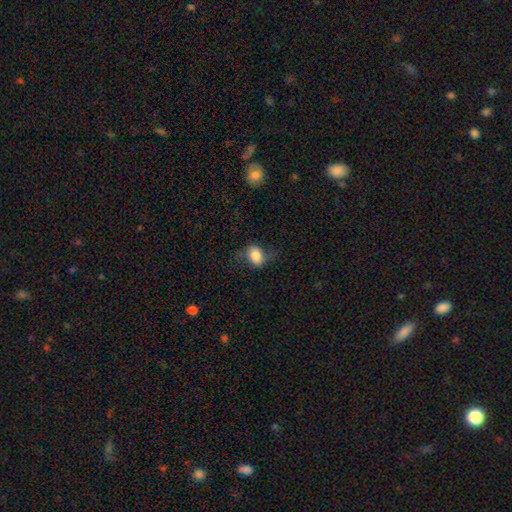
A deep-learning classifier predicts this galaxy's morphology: The model was most divided on "how rounded": in between: 65%, round: 34%, cigar-shaped: 2%. More confident: smooth or featured — smooth (73%); merging — none (58%).